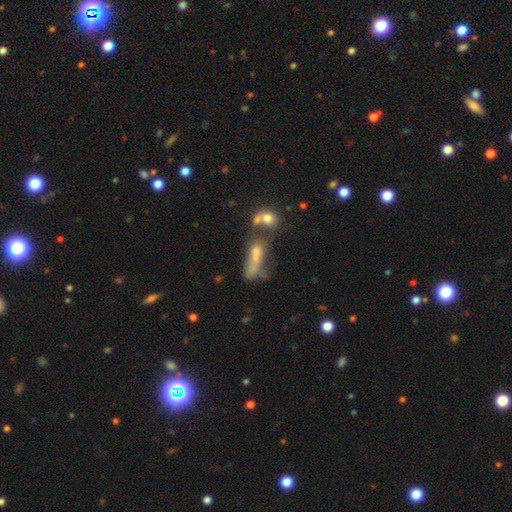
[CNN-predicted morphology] Smooth or featured? smooth (52%)
How rounded? in between (53%)
Merging? merger (41%)